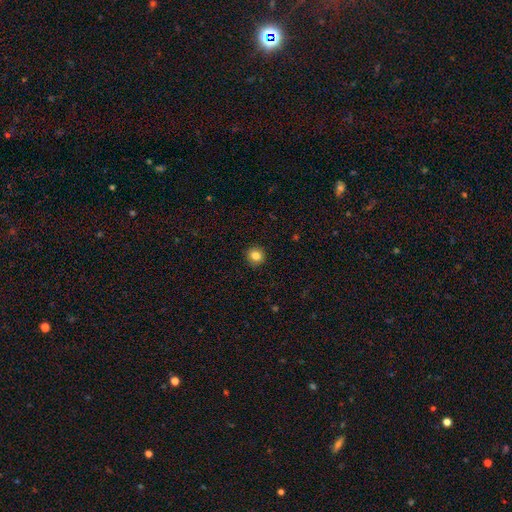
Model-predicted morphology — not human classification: smooth_or_featured: smooth (p=0.84) [alt: star or artifact p=0.10]
how_rounded: round (p=0.91) [alt: in between p=0.09]
merging: none (p=0.92) [alt: minor disturbance p=0.05]